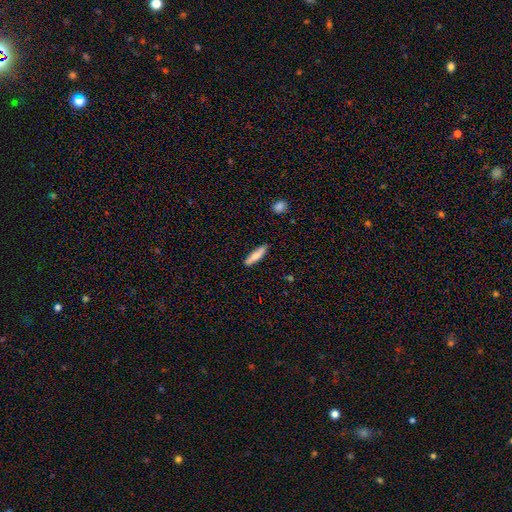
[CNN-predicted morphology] This is likely a smooth galaxy (76%). How rounded: likely cigar-shaped (75%). Merging: clearly none (86%).